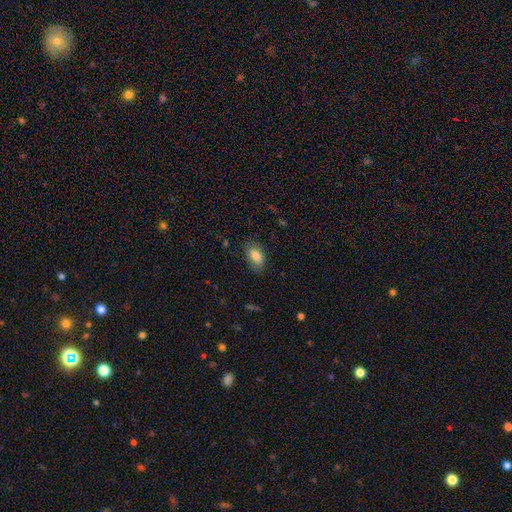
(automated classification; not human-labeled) This appears to be a smooth galaxy with no disk features (84%) that is in between round and cigar-shaped (91%). Merging: none (77%).